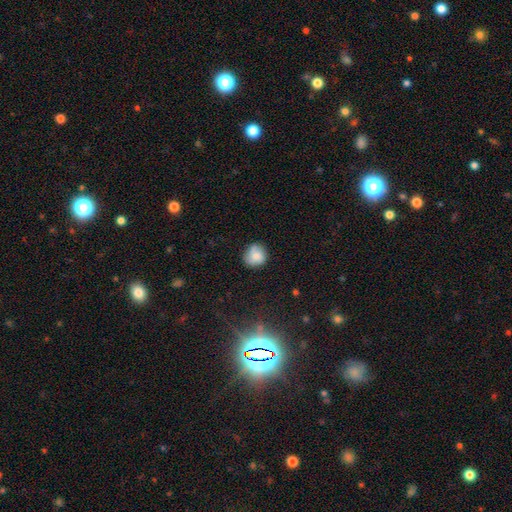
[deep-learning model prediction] Smooth or featured? Predicted: smooth (p=0.77). How rounded? Predicted: round (p=0.83). Merging? Predicted: none (p=0.72).